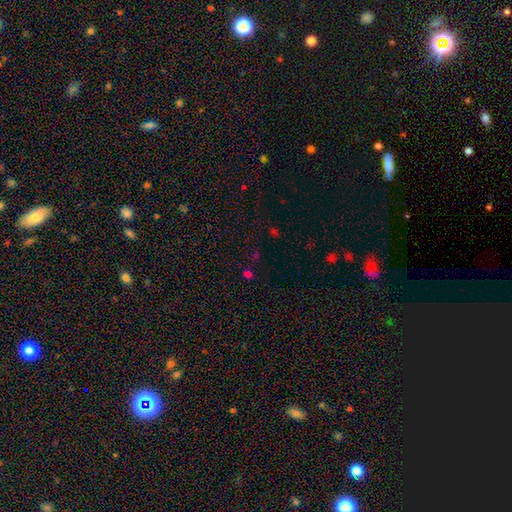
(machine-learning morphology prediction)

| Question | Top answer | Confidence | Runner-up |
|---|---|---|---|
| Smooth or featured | star or artifact | 53% | smooth (41%) |